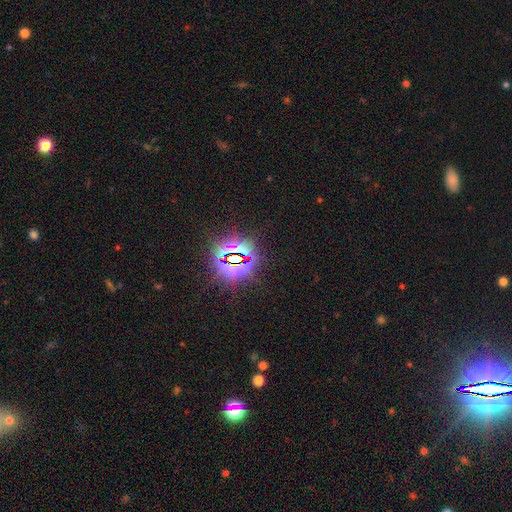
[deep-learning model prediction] Smooth or featured? Predicted: star or artifact (p=0.82).